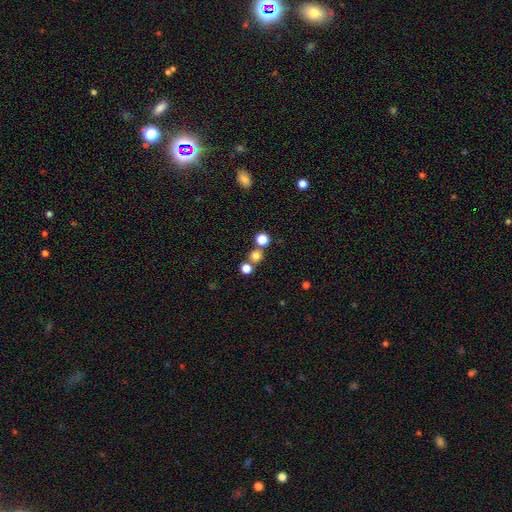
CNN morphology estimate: A smooth galaxy with no disk features (75%) that is round (90%). Merging: none (69%).